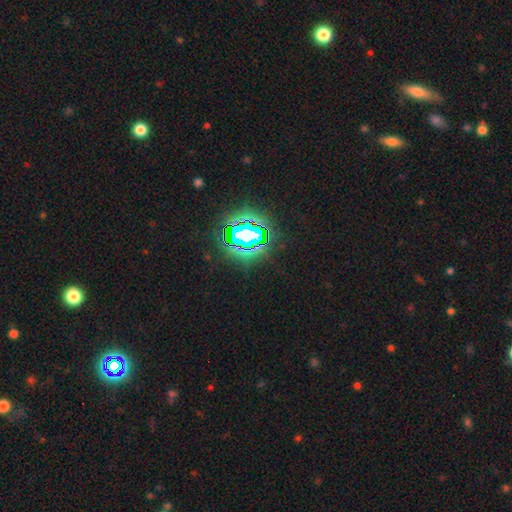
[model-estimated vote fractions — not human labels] Smooth or featured: star or artifact — 80% (smooth — 13%)